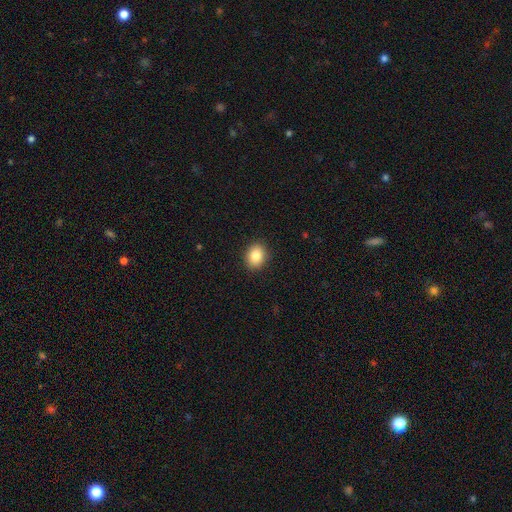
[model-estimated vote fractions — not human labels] A smooth galaxy with no disk features (86%) that is in between round and cigar-shaped (54%). Merging: none (90%).